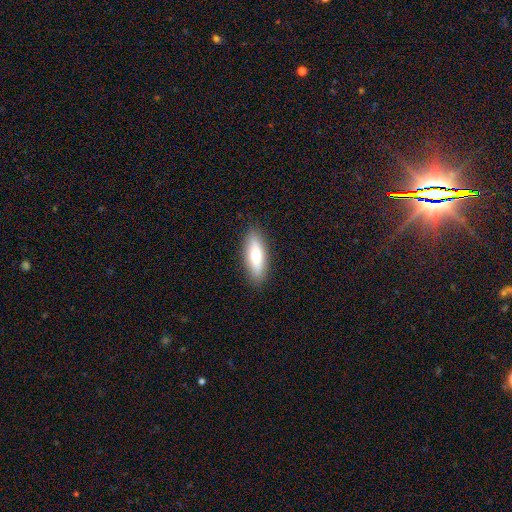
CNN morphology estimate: Smooth or featured: smooth — 69% (featured or disk — 25%)
How rounded: in between — 58% (cigar-shaped — 39%)
Merging: none — 89% (minor disturbance — 8%)